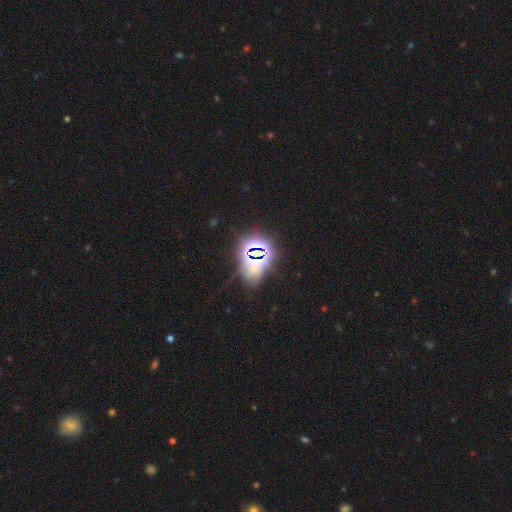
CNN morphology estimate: star or artifact 73%, smooth 17%, featured or disk 10%.